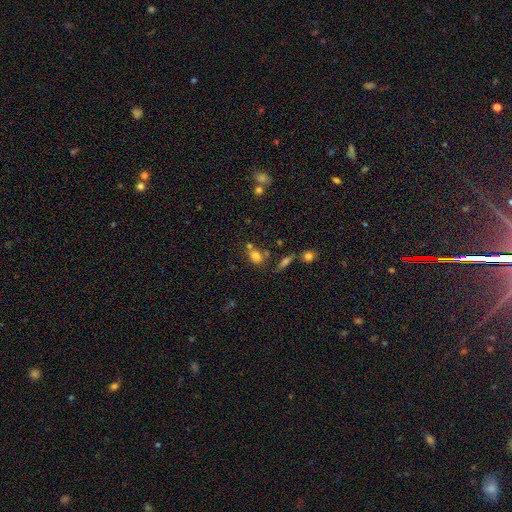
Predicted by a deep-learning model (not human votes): The model was most divided on "how rounded": in between: 54%, round: 44%, cigar-shaped: 2%. More confident: smooth or featured — smooth (75%); merging — none (52%).